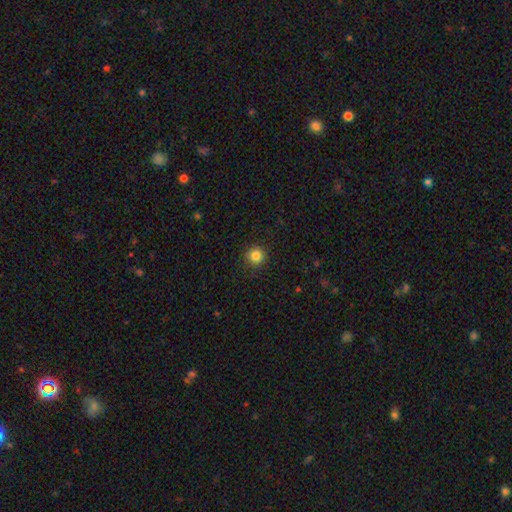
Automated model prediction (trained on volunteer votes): A smooth galaxy with no disk features (84%) that is round (95%).

Vote fractions:
- Smooth or featured? smooth: 84% / star or artifact: 11% / featured or disk: 4%
- How rounded? round: 95% / in between: 4% / cigar-shaped: 1%
- Merging? none: 92% / minor disturbance: 5% / major disturbance: 2% / merger: 1%